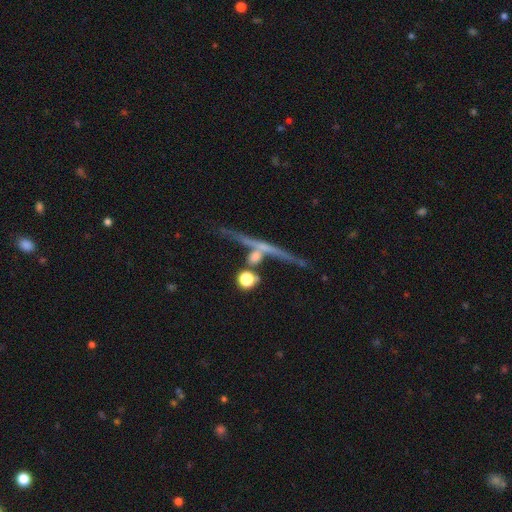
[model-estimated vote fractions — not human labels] Smooth or featured?
  - featured or disk: 54% *
  - smooth: 27%
  - star or artifact: 18%
Edge-on disk?
  - yes: 85% *
  - no: 15%
Merging?
  - none: 67% *
  - merger: 15%
  - minor disturbance: 12%
  - major disturbance: 6%